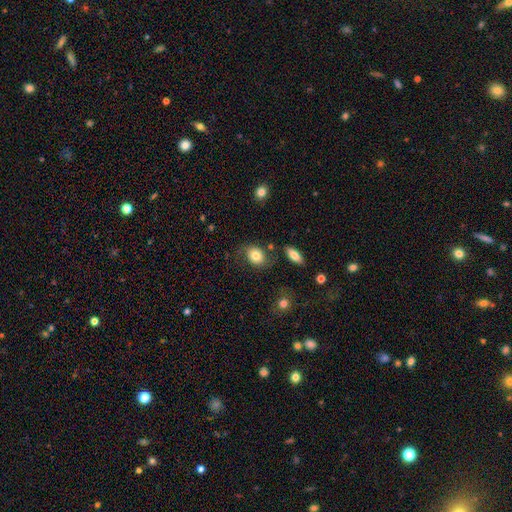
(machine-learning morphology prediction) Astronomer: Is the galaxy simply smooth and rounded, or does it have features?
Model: smooth — 77%.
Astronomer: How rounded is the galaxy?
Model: in between — 63%.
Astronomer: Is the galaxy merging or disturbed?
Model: none — 66%.